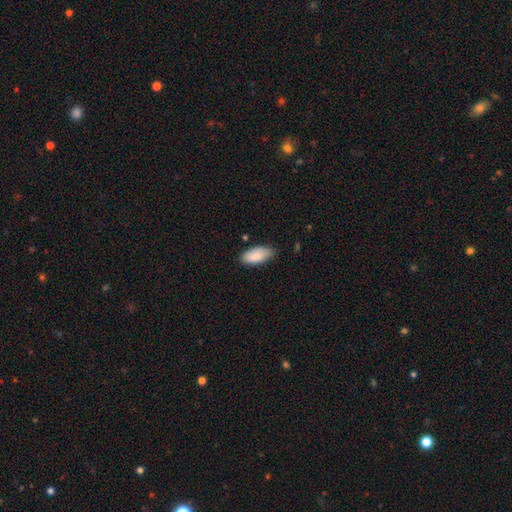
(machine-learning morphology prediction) Smooth or featured? Predicted: smooth (p=0.89). How rounded? Predicted: in between (p=0.91). Merging? Predicted: none (p=0.78).